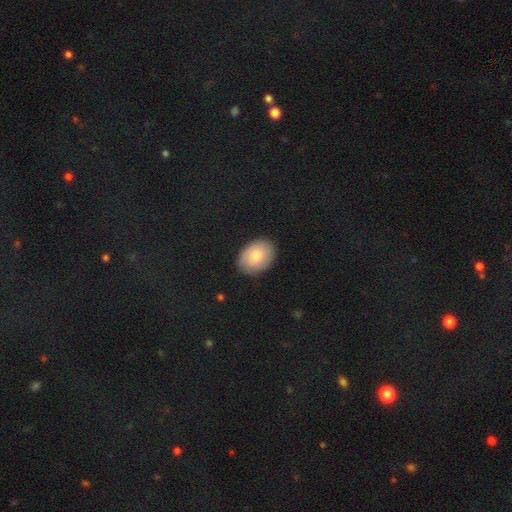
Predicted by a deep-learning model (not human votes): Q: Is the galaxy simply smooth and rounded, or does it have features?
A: smooth — 76%.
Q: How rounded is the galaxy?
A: in between — 72%.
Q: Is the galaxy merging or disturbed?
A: none — 85%.